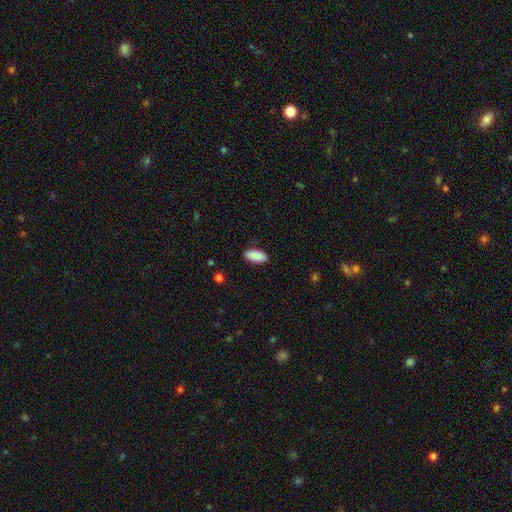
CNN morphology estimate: A smooth galaxy with no disk features (91%) that is in between round and cigar-shaped (89%). Merging: none (89%).